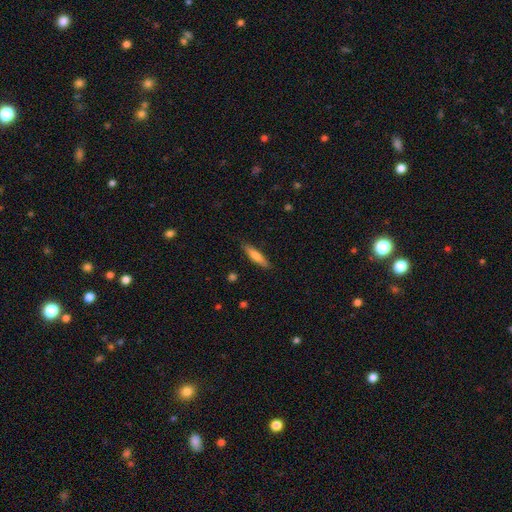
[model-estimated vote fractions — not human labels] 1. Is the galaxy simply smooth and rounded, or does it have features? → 67% smooth, 27% featured or disk, 6% star or artifact.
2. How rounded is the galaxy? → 82% cigar-shaped, 16% in between, 2% round.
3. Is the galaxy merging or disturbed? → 88% none, 9% minor disturbance, 2% major disturbance, 1% merger.